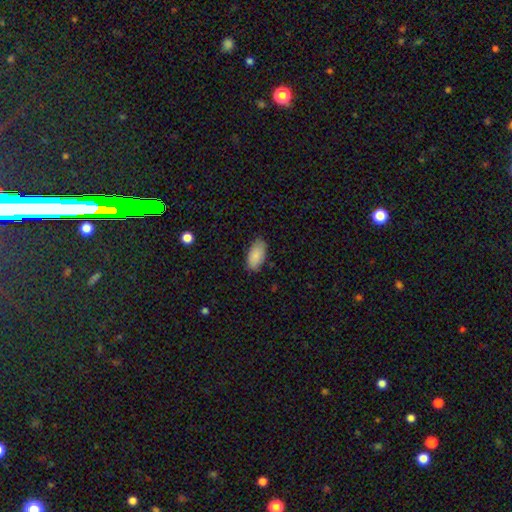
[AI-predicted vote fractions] Morphology: type=smooth (86%); roundness=in between (94%); merging=none (83%).